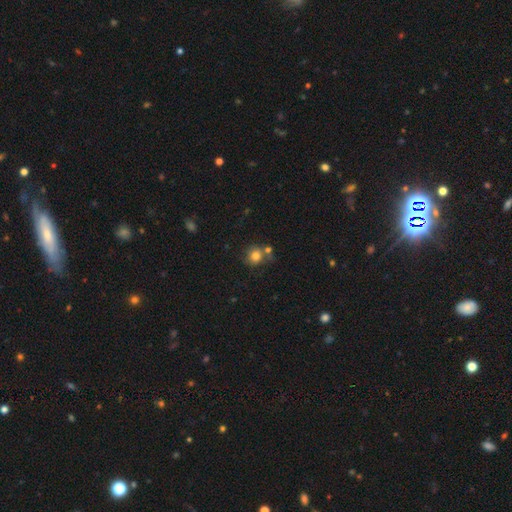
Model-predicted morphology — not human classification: This appears to be a smooth galaxy with no disk features (79%) that is round (86%). Merging: none (55%).